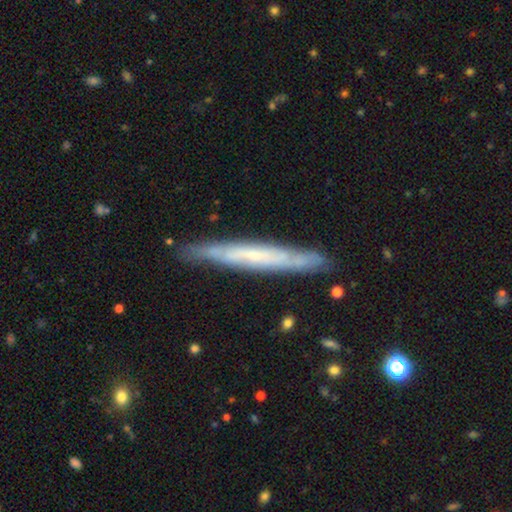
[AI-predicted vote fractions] Smooth or featured: featured or disk — 61% (smooth — 33%)
Edge-on disk: yes — 84% (no — 16%)
Edge-on bulge: none — 74% (rounded — 19%)
Merging: none — 85% (minor disturbance — 12%)